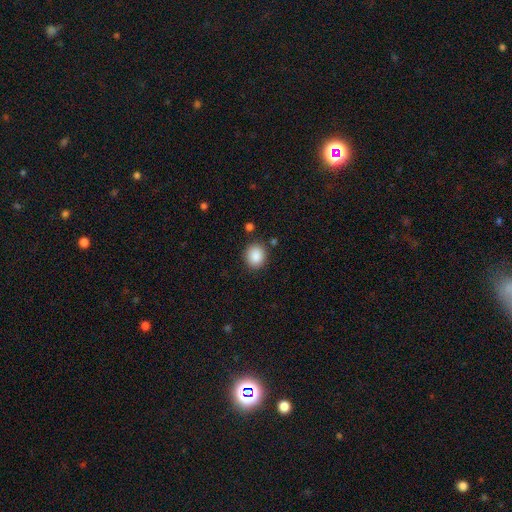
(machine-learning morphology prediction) smooth_or_featured: smooth (p=0.88) [alt: star or artifact p=0.08]
how_rounded: round (p=0.71) [alt: in between p=0.29]
merging: none (p=0.86) [alt: minor disturbance p=0.09]